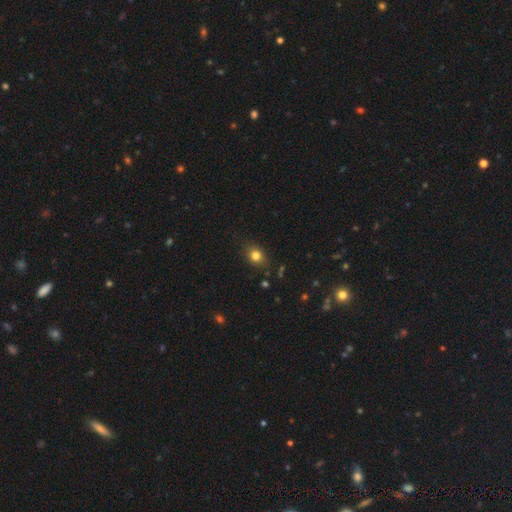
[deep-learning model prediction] Morphology: type=smooth (80%); roundness=round (54%); merging=none (82%).